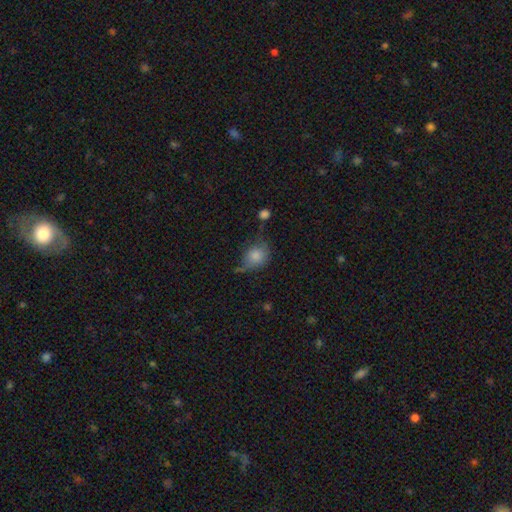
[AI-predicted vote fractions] This appears to be a smooth galaxy with no disk features (80%) that is round (53%). Merging: none (44%).